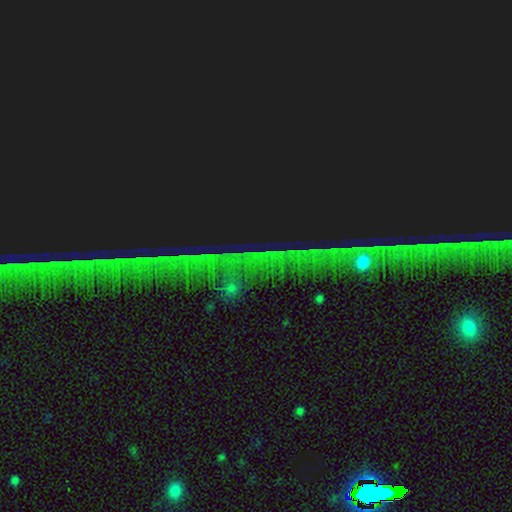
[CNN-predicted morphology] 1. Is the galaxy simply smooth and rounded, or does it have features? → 83% star or artifact, 9% smooth, 9% featured or disk.